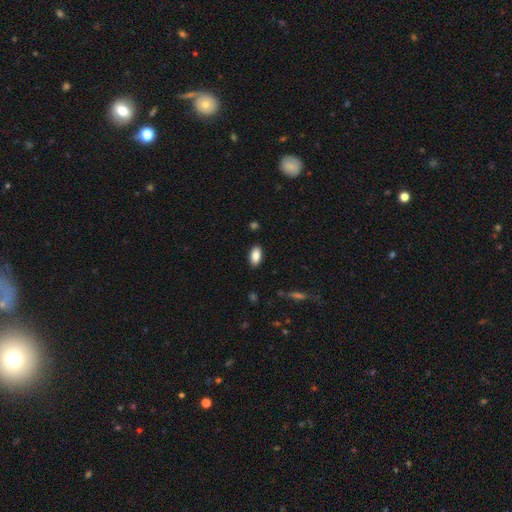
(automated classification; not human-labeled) smooth 86%, star or artifact 7%, featured or disk 7%. Down the decision tree: how rounded — in between (91%); merging — none (89%).